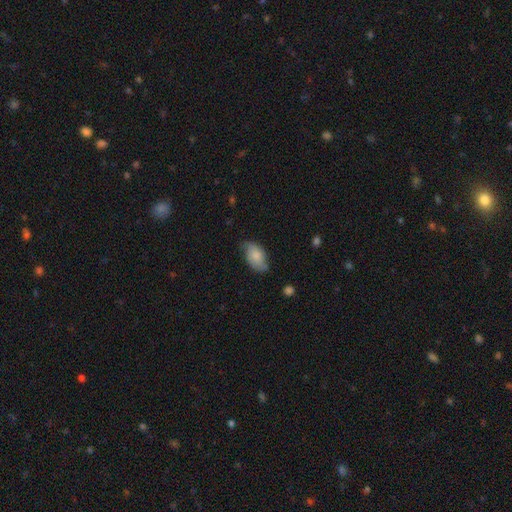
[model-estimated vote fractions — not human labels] This appears to be a smooth galaxy with no disk features (74%) that is in between round and cigar-shaped (94%). Merging: none (61%).